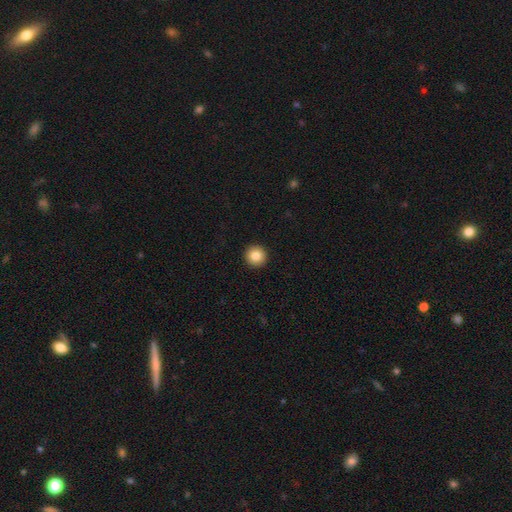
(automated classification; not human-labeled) The model was most divided on "smooth or featured": smooth: 84%, star or artifact: 9%, featured or disk: 6%. More confident: how rounded — round (96%); merging — none (94%).